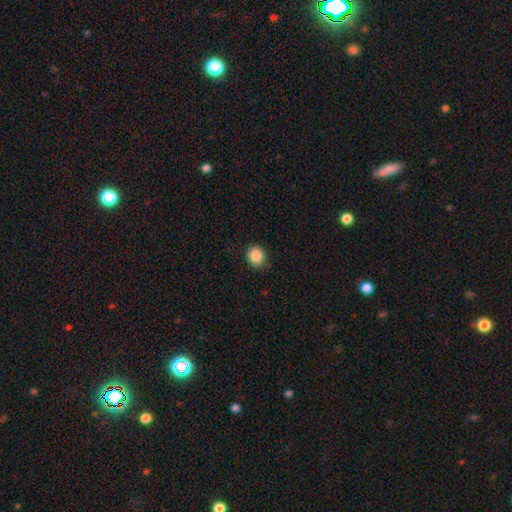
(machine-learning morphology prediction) smooth_or_featured: smooth (p=0.87) [alt: star or artifact p=0.09]
how_rounded: round (p=0.81) [alt: in between p=0.18]
merging: none (p=0.87) [alt: minor disturbance p=0.10]